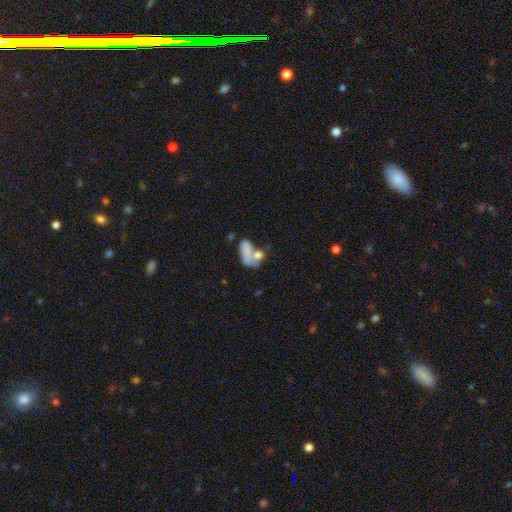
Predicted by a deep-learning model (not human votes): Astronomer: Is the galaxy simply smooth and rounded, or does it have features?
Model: smooth — 67%.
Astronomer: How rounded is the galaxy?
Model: in between — 83%.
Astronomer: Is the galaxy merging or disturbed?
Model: merger — 52%.